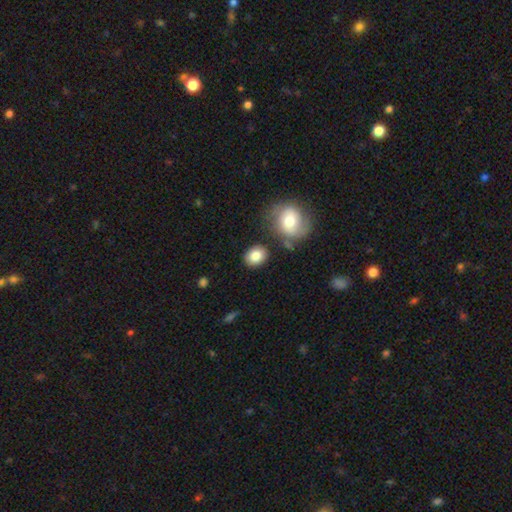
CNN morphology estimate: A smooth galaxy with no disk features (84%) that is round (55%). Merging: none (80%).